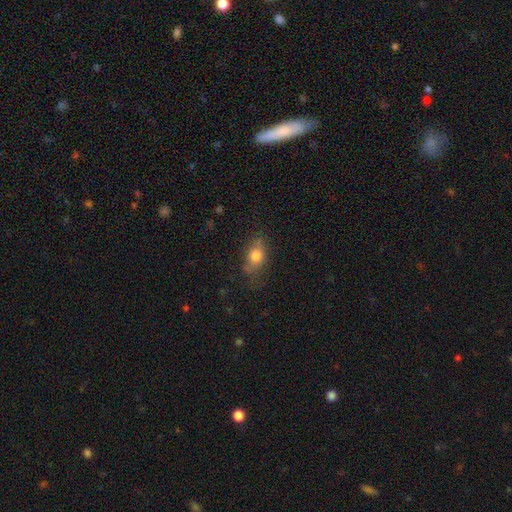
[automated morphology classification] A smooth galaxy with no disk features (74%) that is in between round and cigar-shaped (71%).

Vote fractions:
- Smooth or featured? smooth: 74% / featured or disk: 16% / star or artifact: 10%
- How rounded? in between: 71% / round: 22% / cigar-shaped: 7%
- Merging? none: 64% / minor disturbance: 24% / major disturbance: 10% / merger: 2%